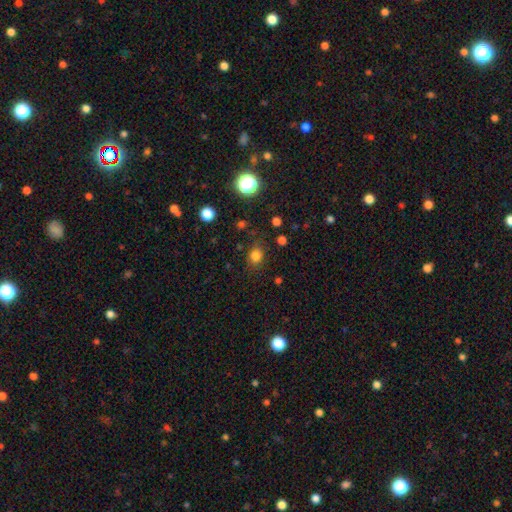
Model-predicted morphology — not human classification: smooth 78%, star or artifact 16%, featured or disk 5%. Down the decision tree: how rounded — round (66%); merging — none (80%).